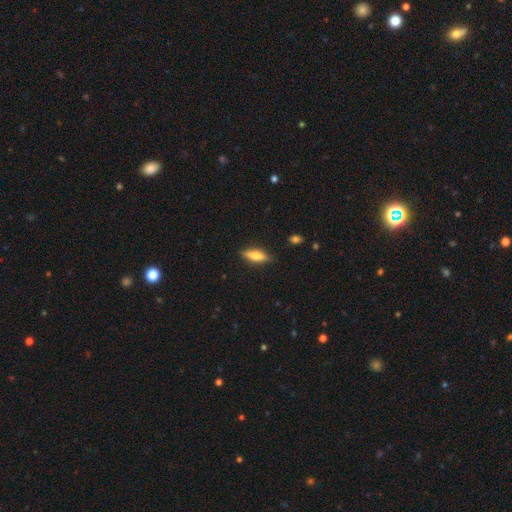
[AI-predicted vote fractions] smooth 66%, featured or disk 28%, star or artifact 7%. Down the decision tree: how rounded — cigar-shaped (51%); merging — none (85%).